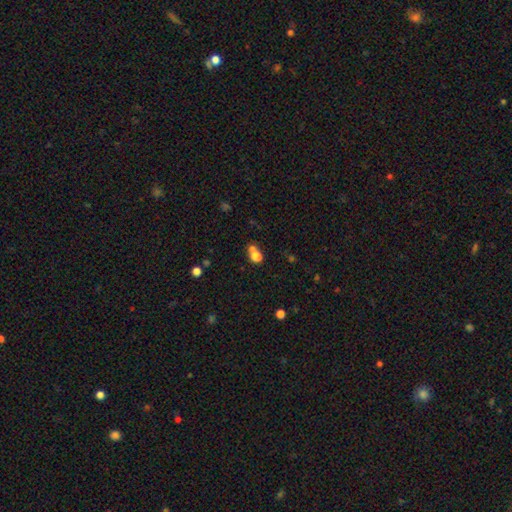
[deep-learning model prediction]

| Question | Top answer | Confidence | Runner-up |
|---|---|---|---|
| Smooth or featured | smooth | 76% | star or artifact (12%) |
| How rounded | in between | 53% | round (46%) |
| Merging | merger | 54% | none (28%) |